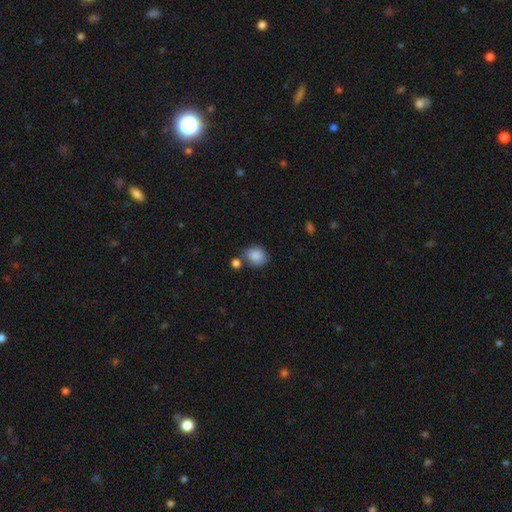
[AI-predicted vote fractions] Smooth or featured? Predicted: smooth (p=0.87). How rounded? Predicted: round (p=0.64). Merging? Predicted: none (p=0.63).